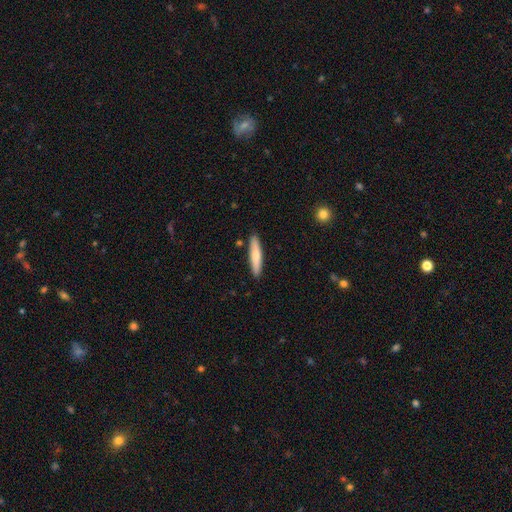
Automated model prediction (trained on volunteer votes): Q: Smooth or featured?
A: smooth (72%); runner-up: featured or disk (23%)
Q: How rounded?
A: cigar-shaped (86%); runner-up: in between (12%)
Q: Merging?
A: none (88%); runner-up: minor disturbance (8%)